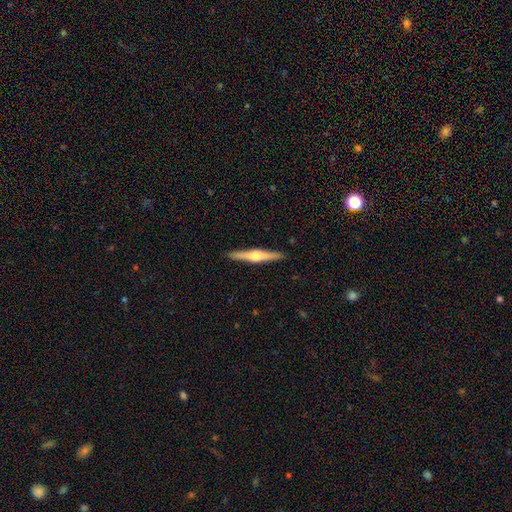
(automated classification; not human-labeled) smooth_or_featured: featured or disk (p=0.67) [alt: smooth p=0.28]
disk_edge_on: yes (p=0.98) [alt: no p=0.02]
edge_on_bulge: rounded (p=0.90) [alt: boxy p=0.06]
merging: none (p=0.92) [alt: minor disturbance p=0.06]